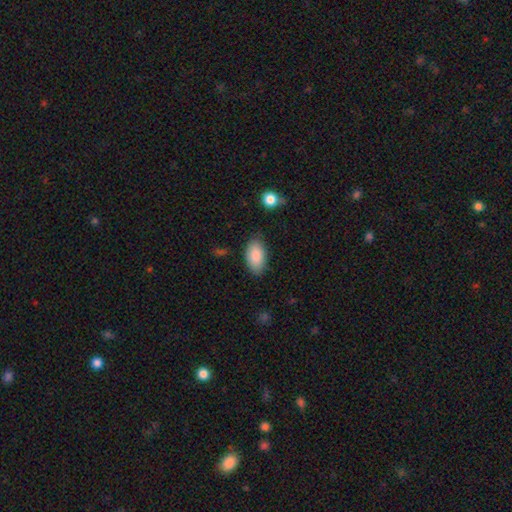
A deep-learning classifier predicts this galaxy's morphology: The model was most divided on "merging": none: 80%, minor disturbance: 15%, major disturbance: 3%, merger: 2%. More confident: how rounded — in between (94%); smooth or featured — smooth (86%).